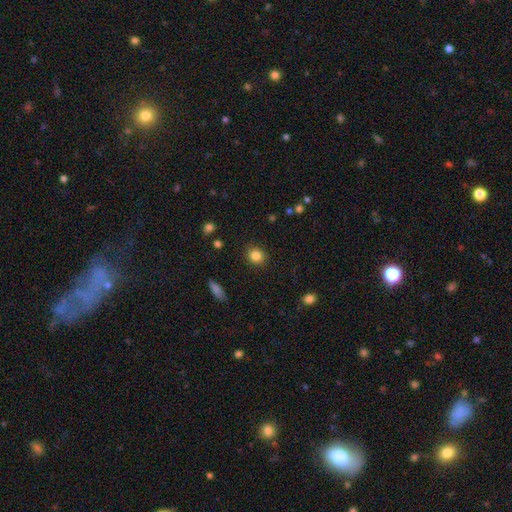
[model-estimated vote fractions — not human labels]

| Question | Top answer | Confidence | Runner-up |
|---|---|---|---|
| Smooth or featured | smooth | 84% | star or artifact (10%) |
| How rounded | round | 76% | in between (23%) |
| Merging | none | 90% | minor disturbance (7%) |